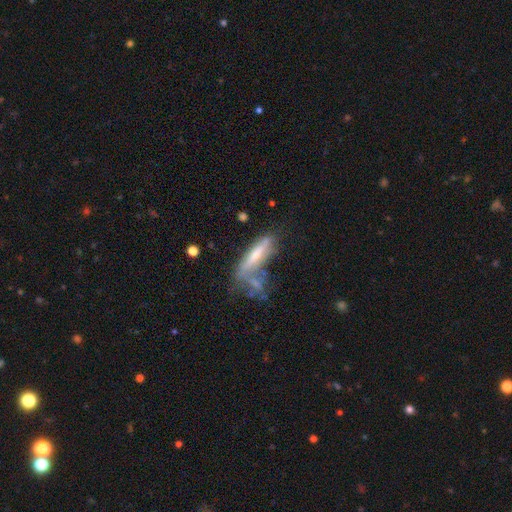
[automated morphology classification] The model was most divided on "smooth or featured": featured or disk: 48%, smooth: 44%, star or artifact: 8%. Remaining: merging — none (35%).